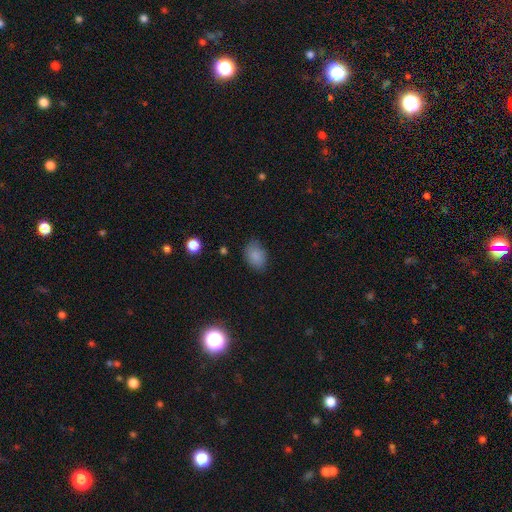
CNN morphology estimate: Q: Smooth or featured?
A: smooth (84%); runner-up: star or artifact (10%)
Q: How rounded?
A: in between (78%); runner-up: round (21%)
Q: Merging?
A: none (74%); runner-up: minor disturbance (20%)